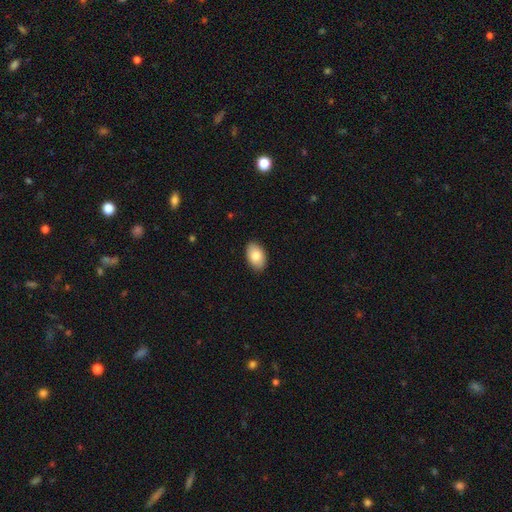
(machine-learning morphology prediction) Overall: smooth (83%). How rounded: in between (92%). Merging: none (89%).